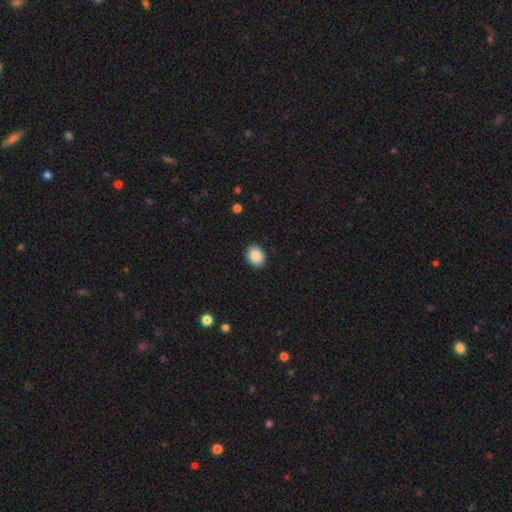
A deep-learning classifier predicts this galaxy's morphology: Q: Smooth or featured?
A: smooth (89%); runner-up: star or artifact (8%)
Q: How rounded?
A: in between (58%); runner-up: round (42%)
Q: Merging?
A: none (90%); runner-up: minor disturbance (7%)